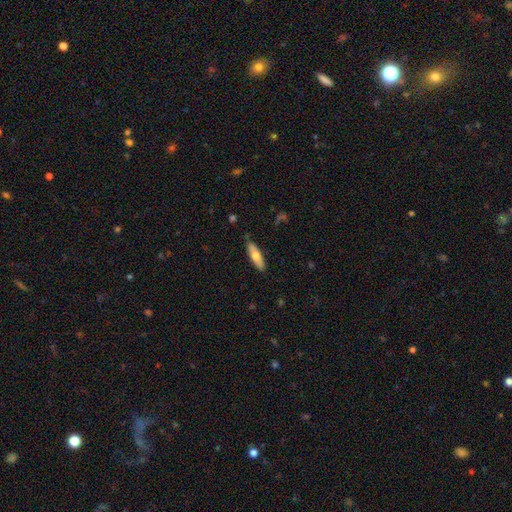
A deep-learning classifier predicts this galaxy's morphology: The model was most divided on "how rounded": cigar-shaped: 57%, in between: 41%, round: 2%. More confident: merging — none (86%); smooth or featured — smooth (67%).